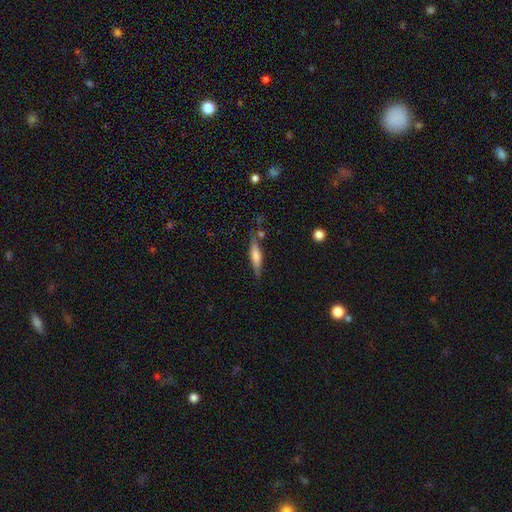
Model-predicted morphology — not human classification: Overall: smooth (50%; featured or disk 43%). Merging: none (73%).